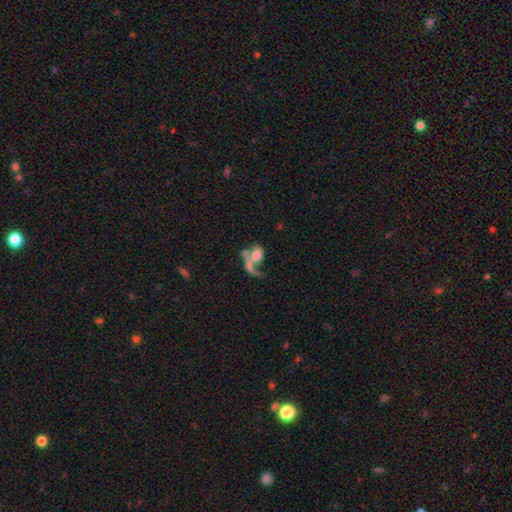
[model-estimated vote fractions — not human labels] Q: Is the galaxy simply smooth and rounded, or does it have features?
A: smooth — 53%.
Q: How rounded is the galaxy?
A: in between — 65%.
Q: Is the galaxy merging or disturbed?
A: merger — 53%.